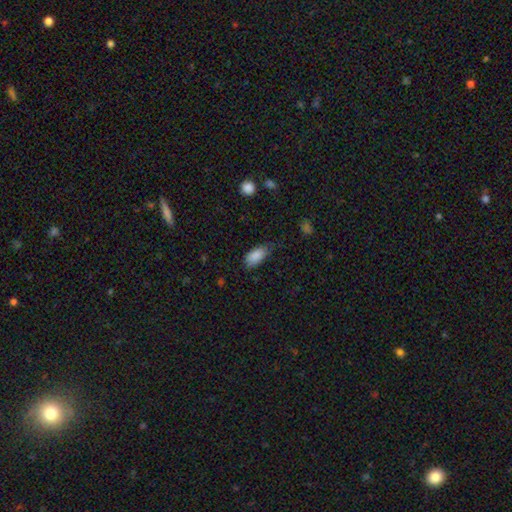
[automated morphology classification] smooth_or_featured: smooth (p=0.87) [alt: star or artifact p=0.07]
how_rounded: in between (p=0.91) [alt: cigar-shaped p=0.06]
merging: none (p=0.58) [alt: minor disturbance p=0.32]